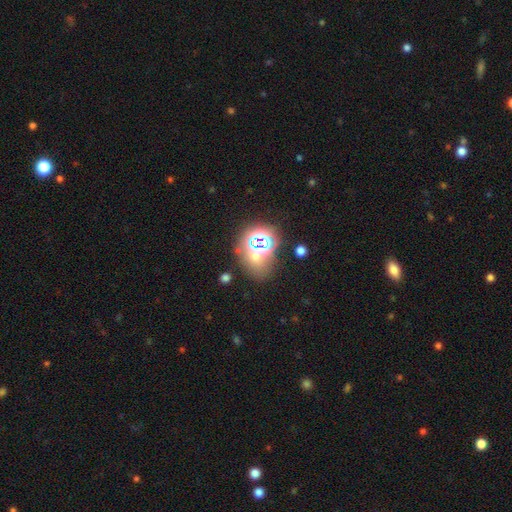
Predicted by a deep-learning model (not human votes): Smooth or featured? Predicted: star or artifact (p=0.47).